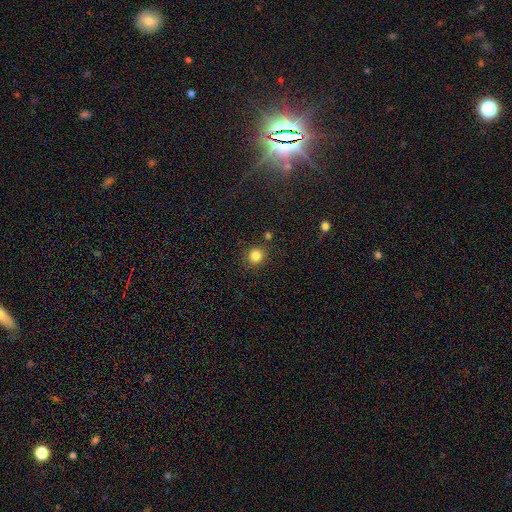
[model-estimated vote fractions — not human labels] Overall: smooth (83%). How rounded: round (90%). Merging: none (86%).